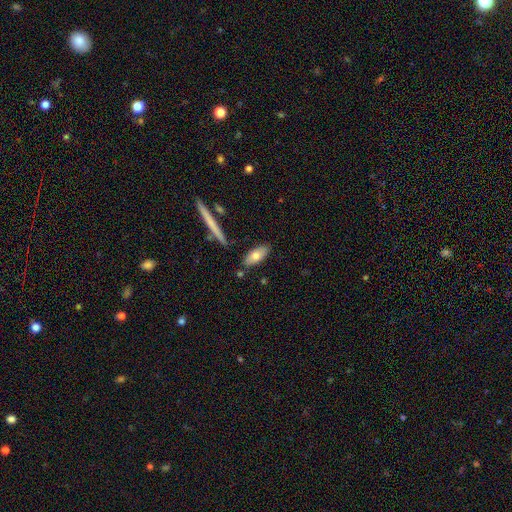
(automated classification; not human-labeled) smooth-or-featured: smooth: 70% | featured or disk: 23% | star or artifact: 7%
  how-rounded: in between: 78% | cigar-shaped: 20% | round: 2%
  merging: none: 79% | minor disturbance: 13% | merger: 6% | major disturbance: 3%